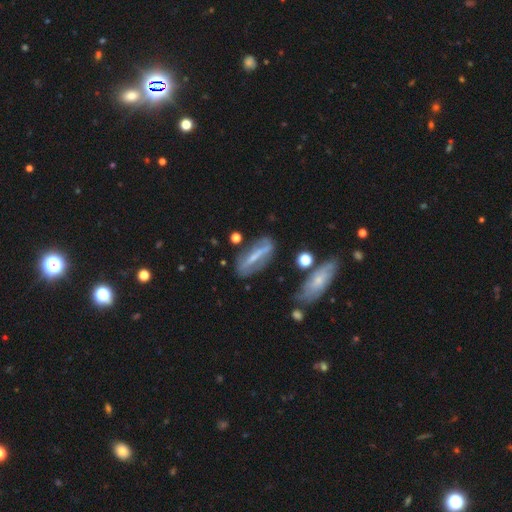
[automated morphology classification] A featured or disk galaxy (60%).

Vote fractions:
- Smooth or featured? featured or disk: 60% / smooth: 32% / star or artifact: 8%
- Edge-on disk? no: 63% / yes: 37%
- Merging? none: 70% / minor disturbance: 18% / major disturbance: 8% / merger: 4%